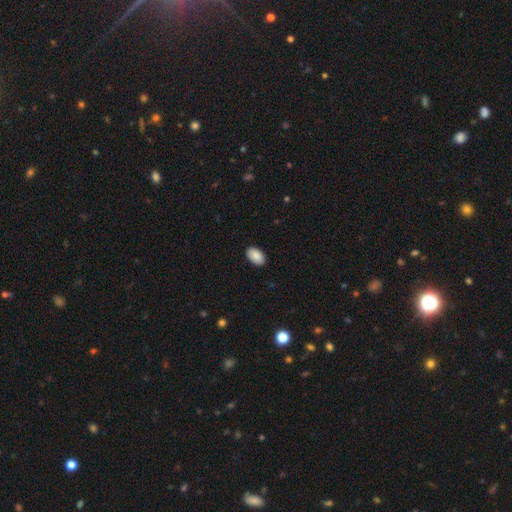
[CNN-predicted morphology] The model was most divided on "merging": none: 89%, minor disturbance: 8%, major disturbance: 2%, merger: 1%. More confident: how rounded — in between (92%); smooth or featured — smooth (90%).